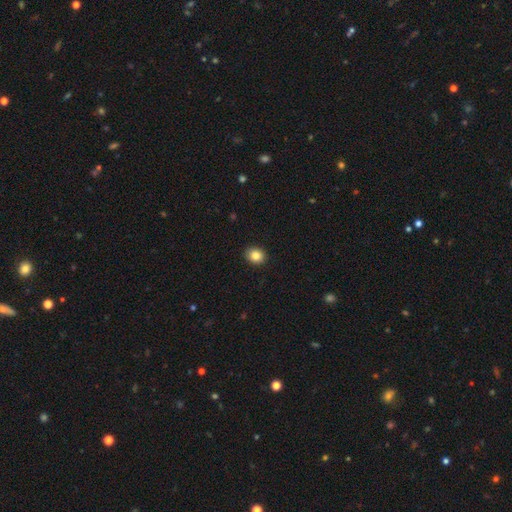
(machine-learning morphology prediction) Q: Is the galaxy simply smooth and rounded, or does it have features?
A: smooth — 85%.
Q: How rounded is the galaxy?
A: round — 61%.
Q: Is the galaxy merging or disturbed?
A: none — 91%.